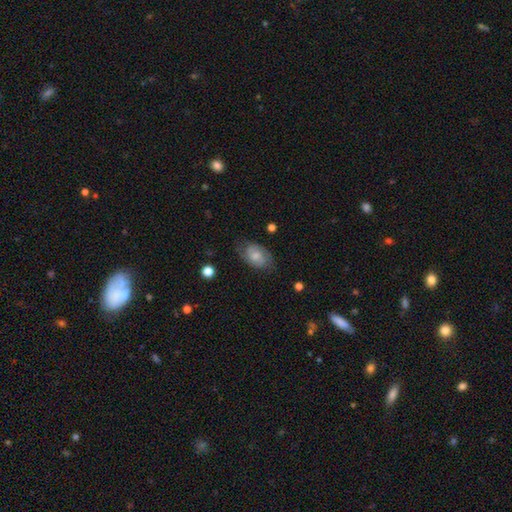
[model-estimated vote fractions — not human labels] Q: Smooth or featured?
A: featured or disk (50%); runner-up: smooth (42%)
Q: Edge-on disk?
A: no (96%); runner-up: yes (4%)
Q: Merging?
A: none (69%); runner-up: minor disturbance (23%)